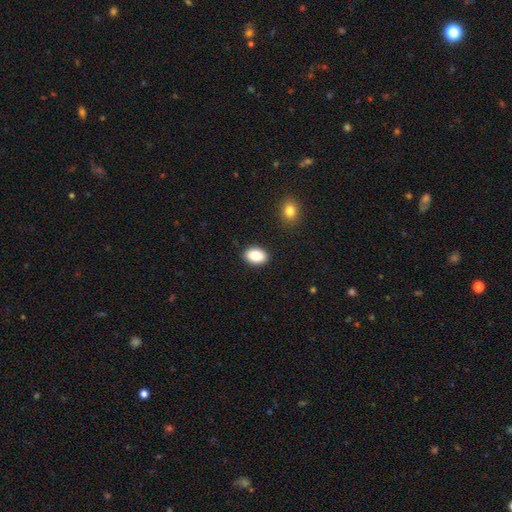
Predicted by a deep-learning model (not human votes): Q: Smooth or featured?
A: smooth (86%); runner-up: star or artifact (7%)
Q: How rounded?
A: in between (83%); runner-up: round (16%)
Q: Merging?
A: none (89%); runner-up: minor disturbance (7%)